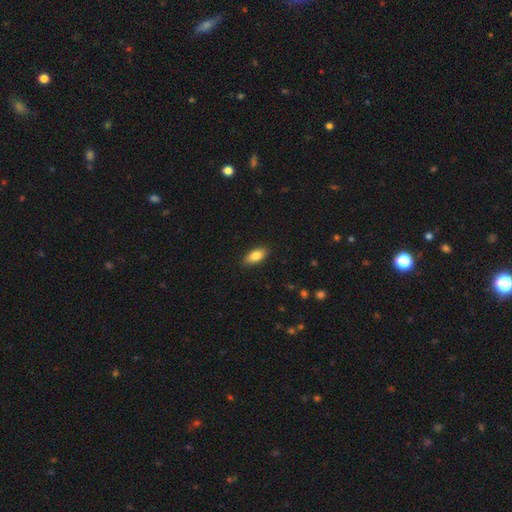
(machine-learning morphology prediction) Q: Smooth or featured?
A: smooth (84%); runner-up: featured or disk (9%)
Q: How rounded?
A: in between (88%); runner-up: cigar-shaped (9%)
Q: Merging?
A: none (88%); runner-up: minor disturbance (10%)